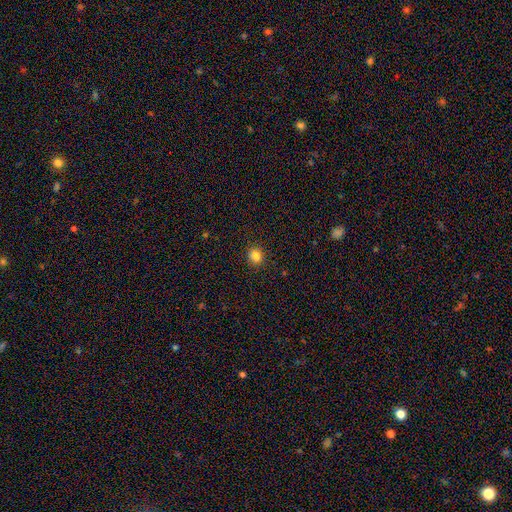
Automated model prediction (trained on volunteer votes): Smooth or featured? Predicted: smooth (p=0.83). How rounded? Predicted: round (p=0.80). Merging? Predicted: none (p=0.91).